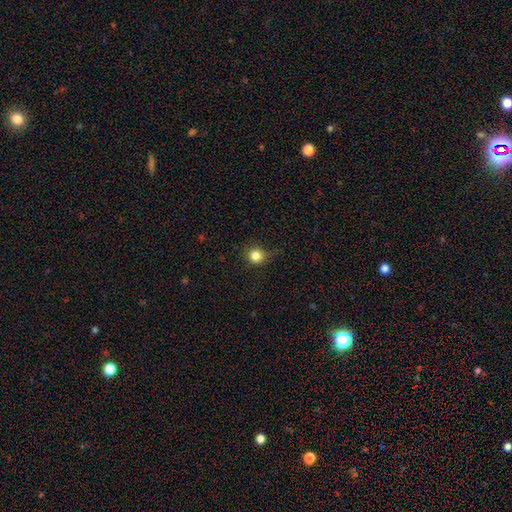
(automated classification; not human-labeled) Overall: smooth (83%). How rounded: round (89%). Merging: none (71%).